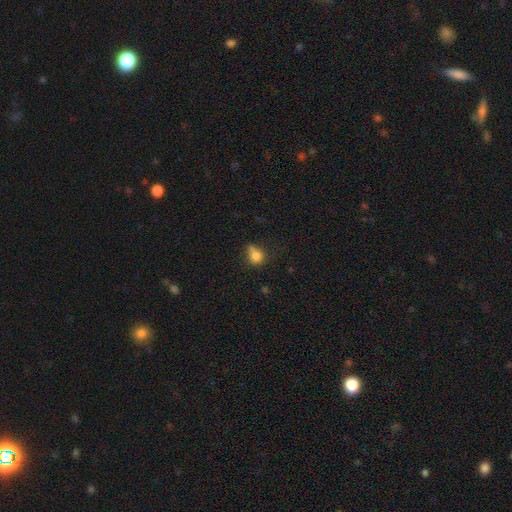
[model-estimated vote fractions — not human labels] A smooth galaxy with no disk features (80%) that is round (72%). Merging: none (44%).